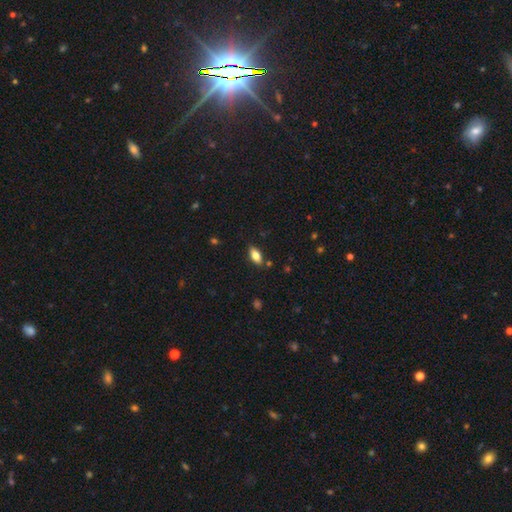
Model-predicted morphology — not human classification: This is likely a smooth galaxy (78%). How rounded: clearly in between (88%). Merging: clearly none (84%).